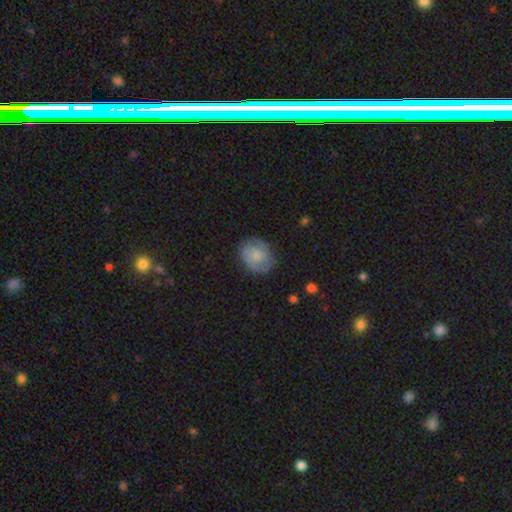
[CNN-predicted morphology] This is possibly a smooth galaxy (51%). How rounded: likely round (61%). Merging: likely none (71%).